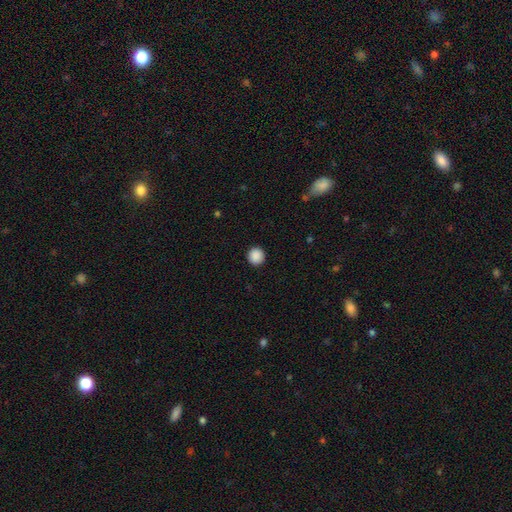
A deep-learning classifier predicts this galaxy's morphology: A smooth galaxy with no disk features (89%) that is round (94%). Merging: none (93%).